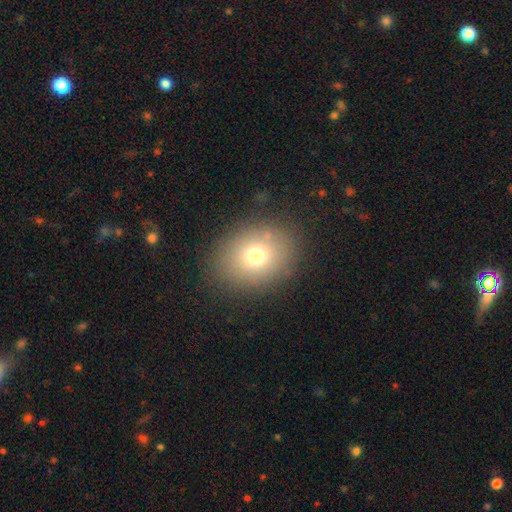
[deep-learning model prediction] The model was most divided on "how rounded": in between: 52%, round: 47%, cigar-shaped: 1%. More confident: merging — none (84%); smooth or featured — smooth (72%).